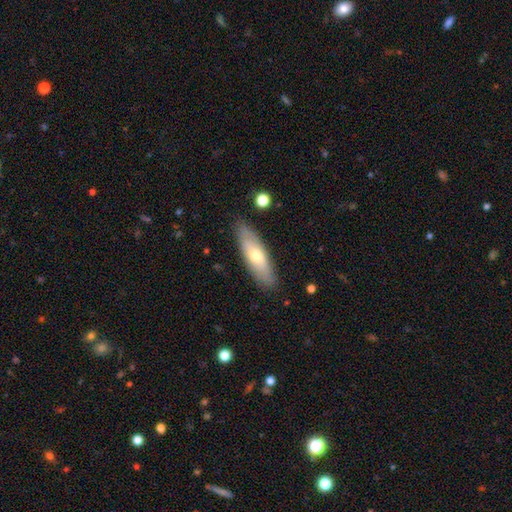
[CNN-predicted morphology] Smooth or featured? smooth (56%)
How rounded? in between (51%)
Merging? none (86%)